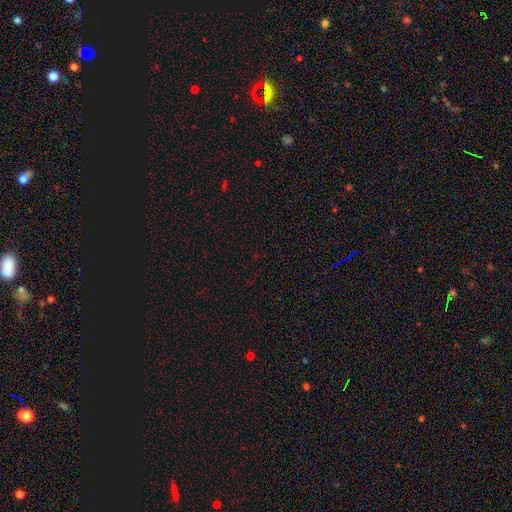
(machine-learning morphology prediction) This appears to be a star or artifact, not a galaxy (70%).